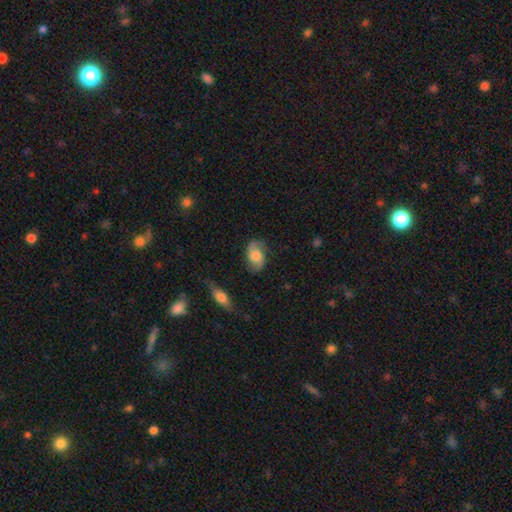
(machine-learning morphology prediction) featured or disk 48%, smooth 44%, star or artifact 8%. Down the decision tree: merging — none (69%).